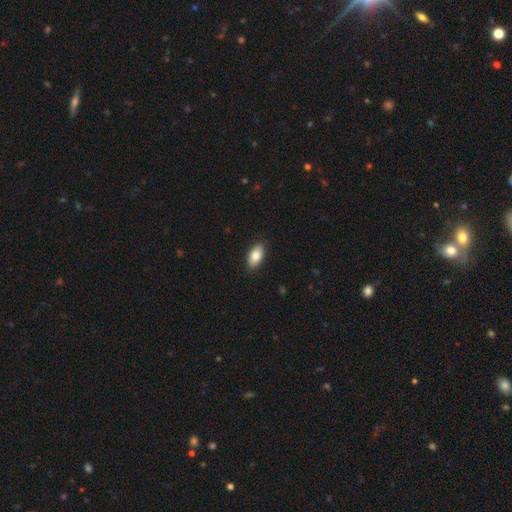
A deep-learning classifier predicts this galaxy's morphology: A smooth galaxy with no disk features (82%) that is in between round and cigar-shaped (92%). Merging: none (88%).